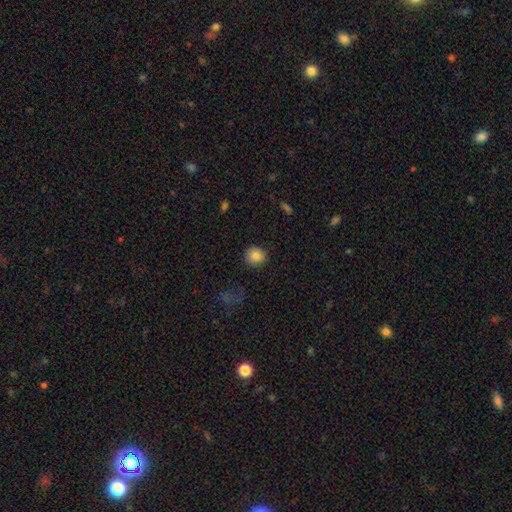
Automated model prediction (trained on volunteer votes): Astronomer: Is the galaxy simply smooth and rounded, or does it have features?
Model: smooth — 83%.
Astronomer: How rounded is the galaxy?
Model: round — 86%.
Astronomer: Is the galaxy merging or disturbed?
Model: none — 88%.